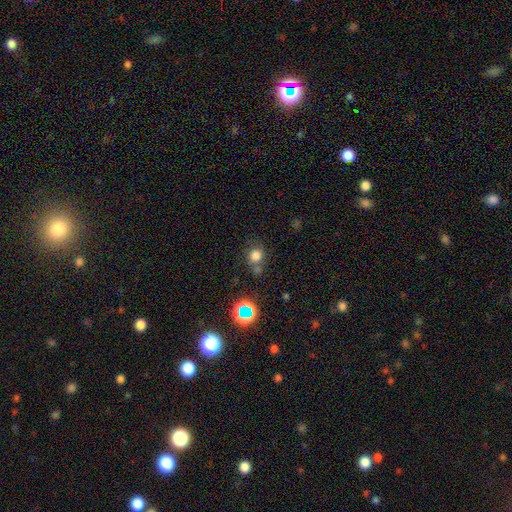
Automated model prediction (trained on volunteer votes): This is likely a smooth galaxy (75%). How rounded: likely round (76%). Merging: likely none (63%).